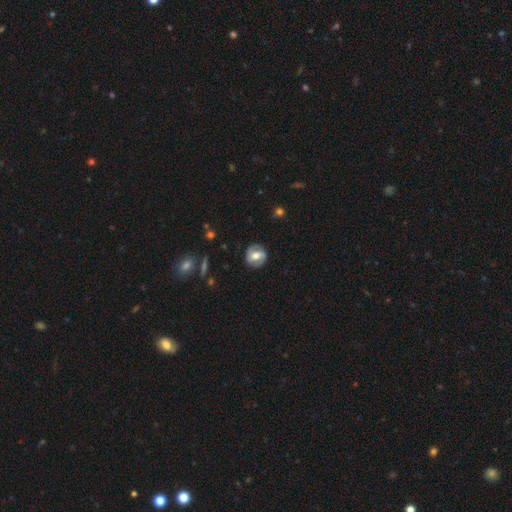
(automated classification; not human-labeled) The model was most divided on "bar": weak: 41%, strong: 31%, no: 27%. More confident: edge-on disk — no (94%); merging — none (85%); bulge size — moderate (71%); spiral arms — yes (62%); smooth or featured — featured or disk (54%).